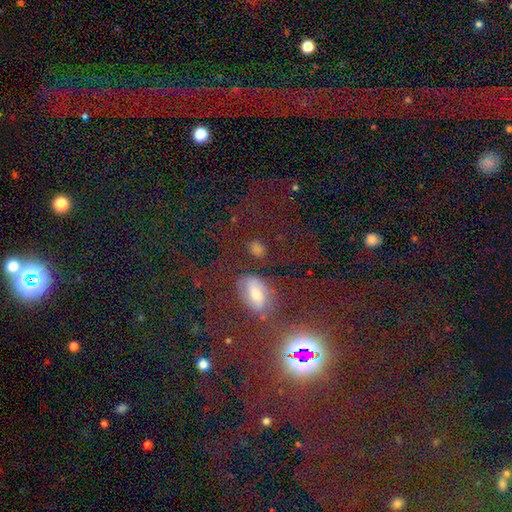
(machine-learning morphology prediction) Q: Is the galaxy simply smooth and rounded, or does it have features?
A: star or artifact — 61%.